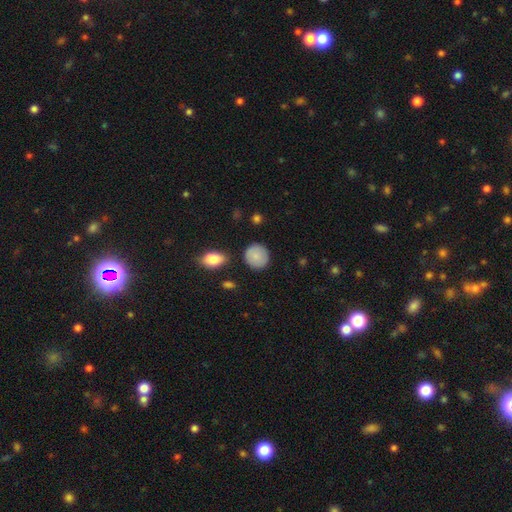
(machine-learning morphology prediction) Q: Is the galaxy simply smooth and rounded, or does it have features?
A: smooth — 85%.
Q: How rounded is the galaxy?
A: round — 88%.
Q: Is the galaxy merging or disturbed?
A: none — 84%.